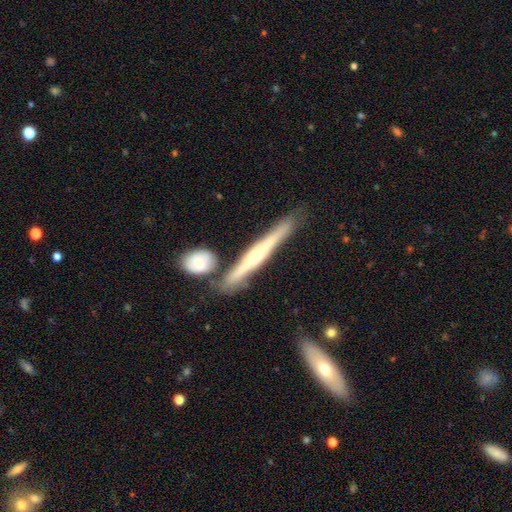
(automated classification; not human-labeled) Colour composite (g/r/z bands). It shows a featured or disk galaxy (70%) viewed edge-on (94%) with a rounded central bulge (77%). Merging: none (78%).